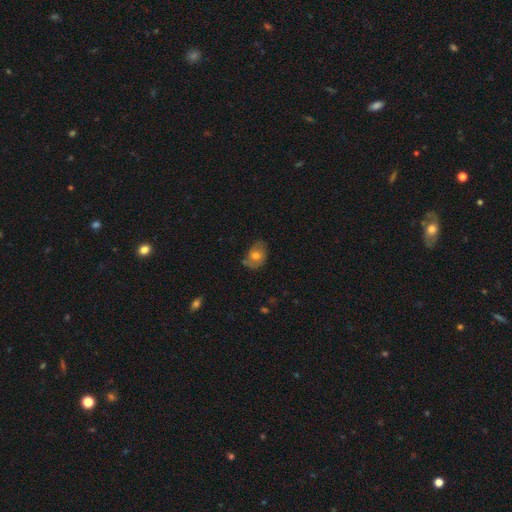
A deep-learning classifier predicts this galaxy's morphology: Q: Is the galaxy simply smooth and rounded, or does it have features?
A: smooth — 64%.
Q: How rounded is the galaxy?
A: in between — 69%.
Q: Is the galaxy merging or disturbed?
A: none — 63%.